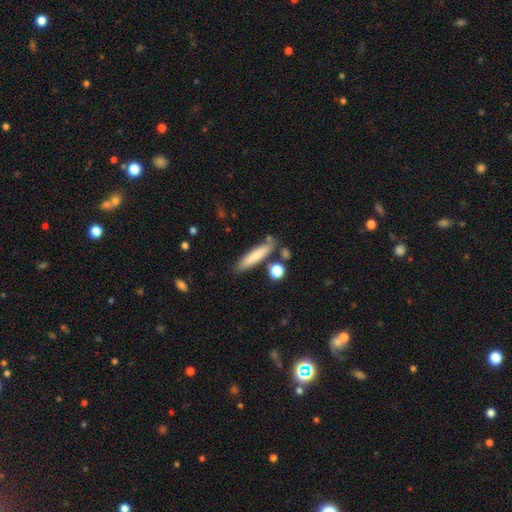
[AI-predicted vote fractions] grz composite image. It shows a smooth galaxy with no disk features (73%) that is cigar-shaped (86%). Merging: none (77%).